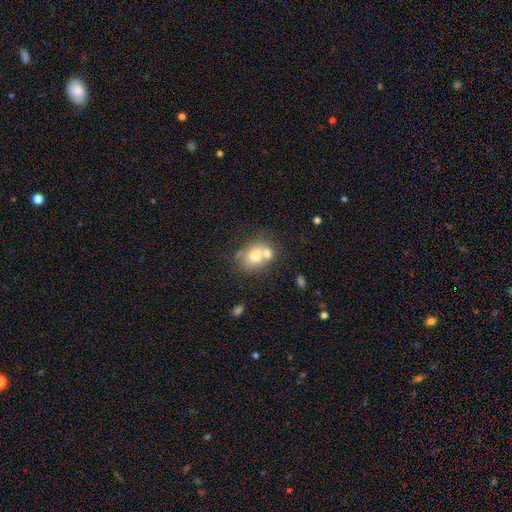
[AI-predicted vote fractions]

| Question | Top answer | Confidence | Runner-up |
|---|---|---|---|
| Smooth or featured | smooth | 66% | featured or disk (24%) |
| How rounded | round | 55% | in between (44%) |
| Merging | merger | 44% | none (39%) |